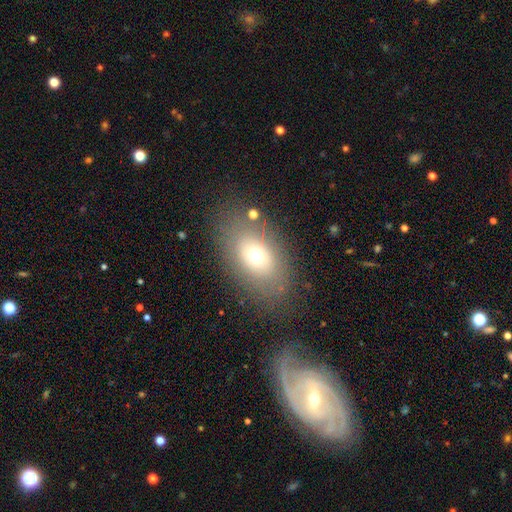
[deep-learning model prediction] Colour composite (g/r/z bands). It shows a smooth galaxy with no disk features (64%) that is in between round and cigar-shaped (78%). Merging: none (78%).